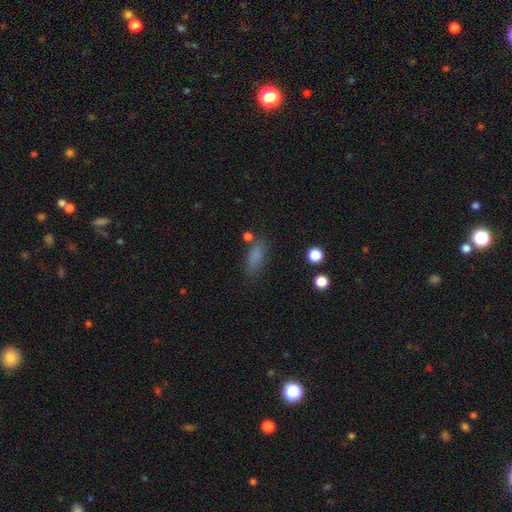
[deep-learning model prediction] Overall: smooth (80%). How rounded: in between (76%). Merging: none (71%).